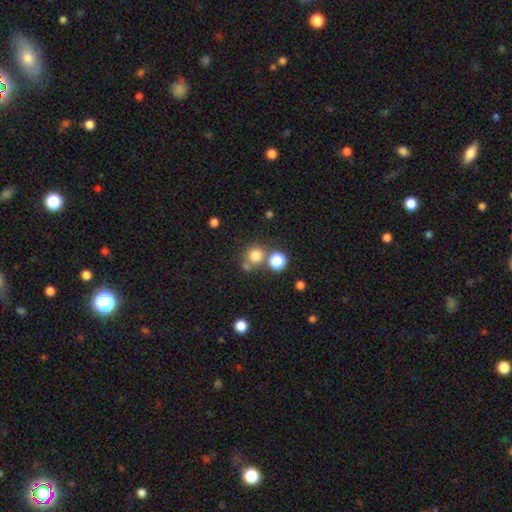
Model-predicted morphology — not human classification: This appears to be a smooth galaxy with no disk features (78%) that is round (90%). Merging: none (66%).